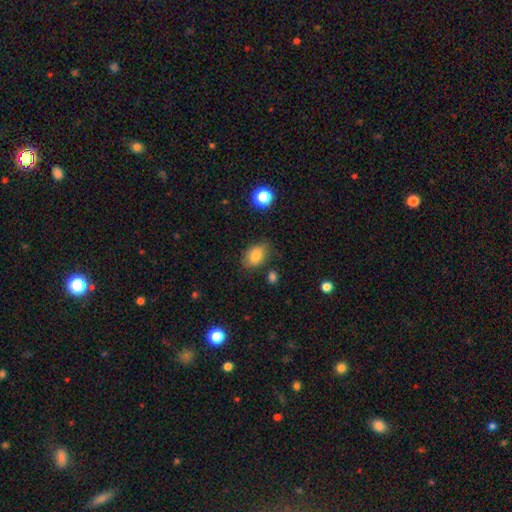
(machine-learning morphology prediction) type=smooth (81%); roundness=in between (80%); merging=none (76%).